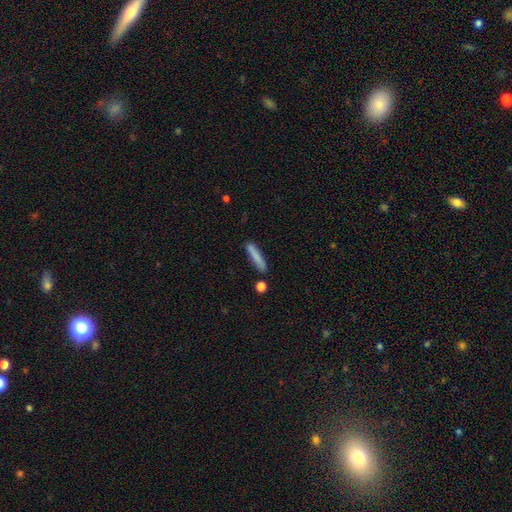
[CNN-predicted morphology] smooth-or-featured: smooth: 81% | featured or disk: 13% | star or artifact: 7%
  how-rounded: cigar-shaped: 90% | in between: 9% | round: 2%
  merging: none: 82% | minor disturbance: 11% | merger: 4% | major disturbance: 3%